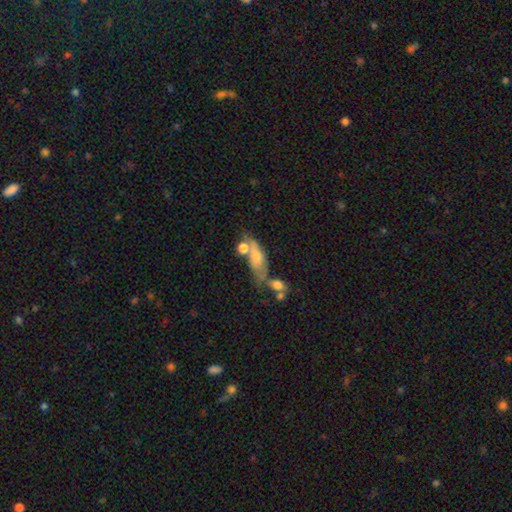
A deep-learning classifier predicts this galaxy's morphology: Overall: smooth (52%; featured or disk 36%). How rounded: in between (59%; cigar-shaped 35%). Merging: none (37%; merger 28%).